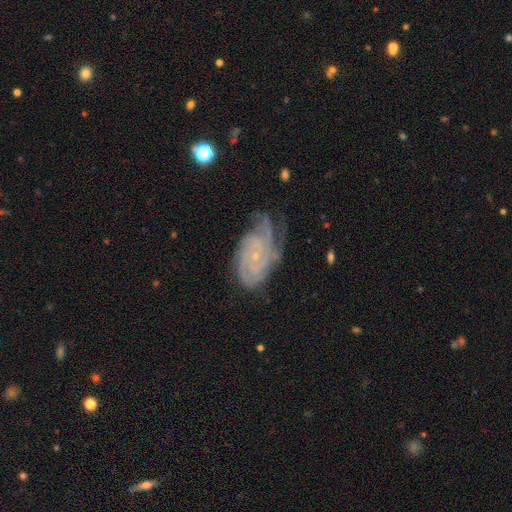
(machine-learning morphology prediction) type=featured or disk (82%); edge-on=no (96%); bar=no (75%); spiral arms=yes (97%); winding=tight (68%); arm count=4 (26%); bulge=small (82%); merging=none (64%).